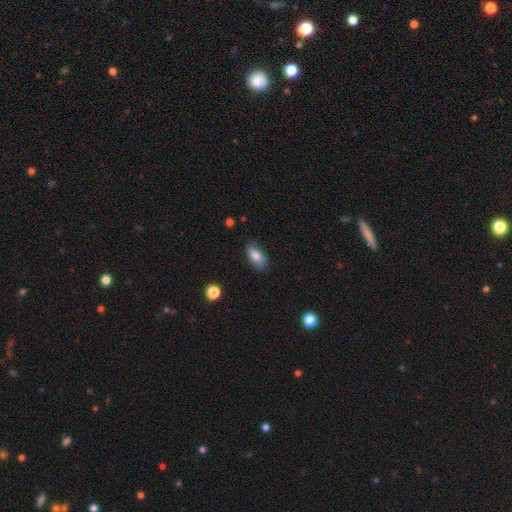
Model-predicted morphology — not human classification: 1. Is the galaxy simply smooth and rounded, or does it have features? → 78% smooth, 15% featured or disk, 8% star or artifact.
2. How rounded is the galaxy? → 87% in between, 9% cigar-shaped, 4% round.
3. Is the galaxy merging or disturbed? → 74% none, 20% minor disturbance, 4% major disturbance, 1% merger.